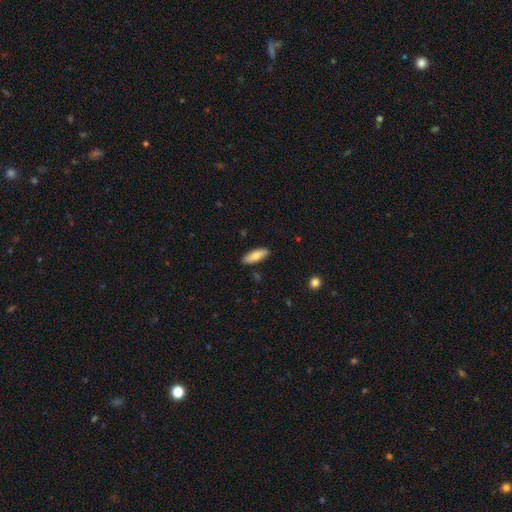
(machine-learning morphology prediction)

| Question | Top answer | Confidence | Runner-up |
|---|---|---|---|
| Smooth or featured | smooth | 80% | featured or disk (14%) |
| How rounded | in between | 65% | cigar-shaped (33%) |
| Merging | none | 88% | minor disturbance (9%) |